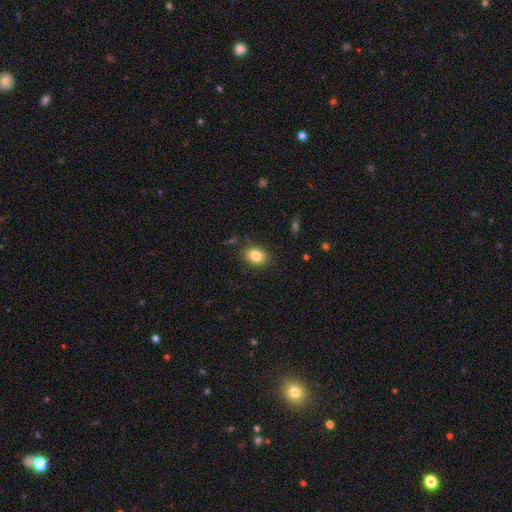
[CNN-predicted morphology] The model was most divided on "how rounded": in between: 70%, round: 29%, cigar-shaped: 1%. More confident: merging — none (84%); smooth or featured — smooth (83%).